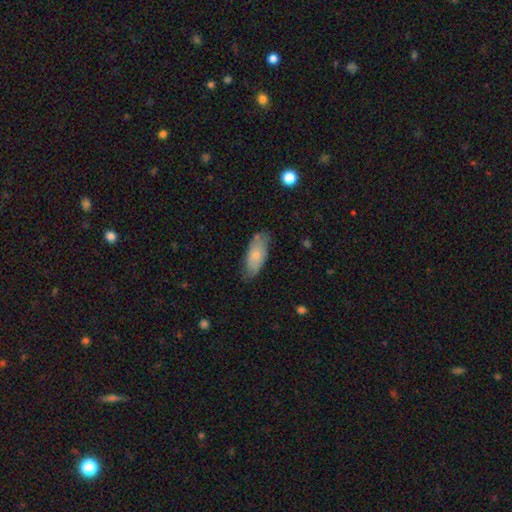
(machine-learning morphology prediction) Smooth or featured? Predicted: smooth (p=0.72). How rounded? Predicted: in between (p=0.85). Merging? Predicted: none (p=0.66).